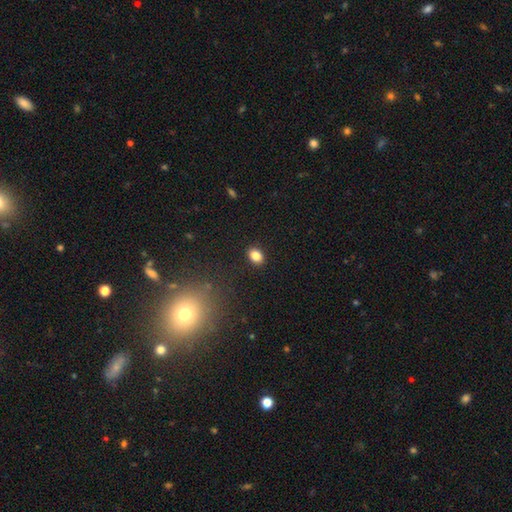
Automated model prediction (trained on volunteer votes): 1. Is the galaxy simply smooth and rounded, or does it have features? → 84% smooth, 10% star or artifact, 5% featured or disk.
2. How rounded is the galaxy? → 67% in between, 32% round, 1% cigar-shaped.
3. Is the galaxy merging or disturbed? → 89% none, 7% minor disturbance, 2% major disturbance, 1% merger.